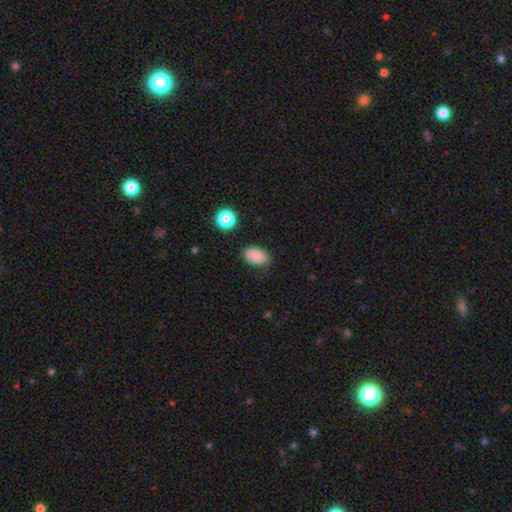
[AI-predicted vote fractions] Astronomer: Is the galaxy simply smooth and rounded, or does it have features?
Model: smooth — 86%.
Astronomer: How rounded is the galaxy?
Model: in between — 87%.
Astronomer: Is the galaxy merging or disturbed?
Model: none — 78%.